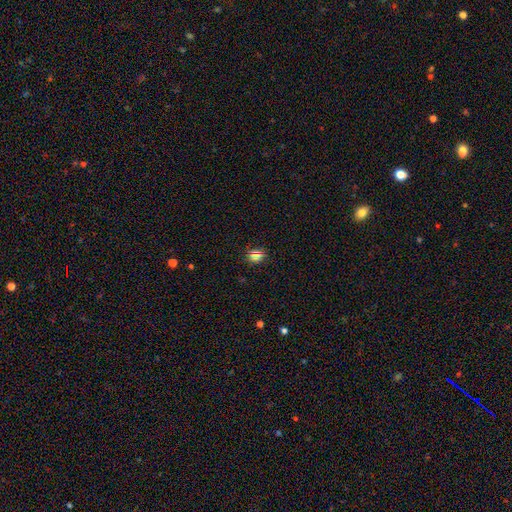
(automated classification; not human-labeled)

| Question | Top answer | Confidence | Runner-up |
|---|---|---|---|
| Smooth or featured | smooth | 56% | star or artifact (34%) |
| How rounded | round | 70% | in between (27%) |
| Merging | none | 87% | minor disturbance (8%) |